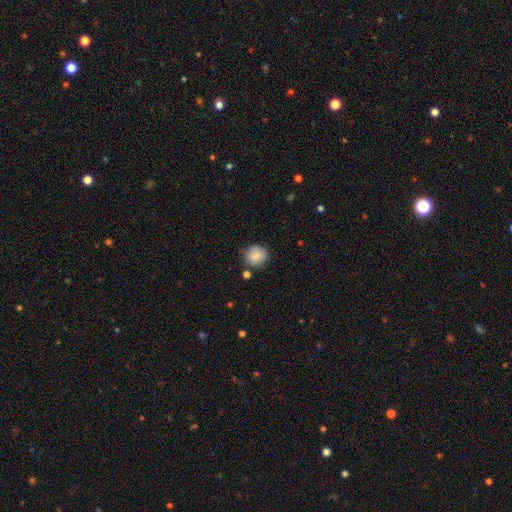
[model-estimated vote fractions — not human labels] This is clearly a smooth galaxy (85%). How rounded: clearly round (89%). Merging: likely none (77%).